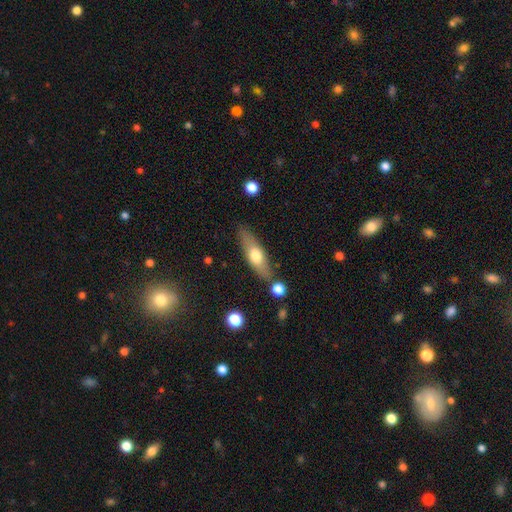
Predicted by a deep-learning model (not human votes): Smooth or featured? Predicted: smooth (p=0.57). How rounded? Predicted: cigar-shaped (p=0.54). Merging? Predicted: none (p=0.78).